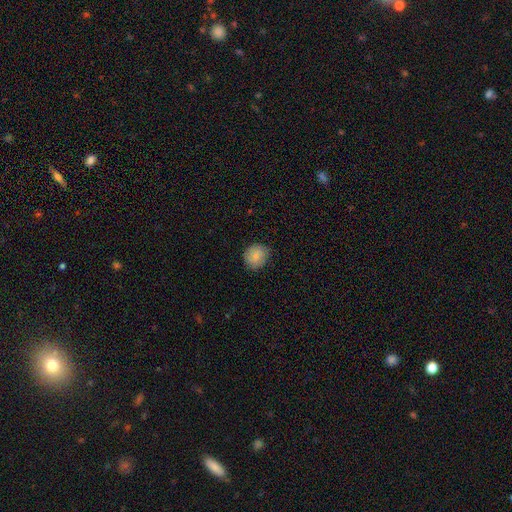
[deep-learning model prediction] smooth_or_featured: smooth (p=0.80) [alt: featured or disk p=0.12]
how_rounded: round (p=0.85) [alt: in between p=0.14]
merging: none (p=0.84) [alt: minor disturbance p=0.12]